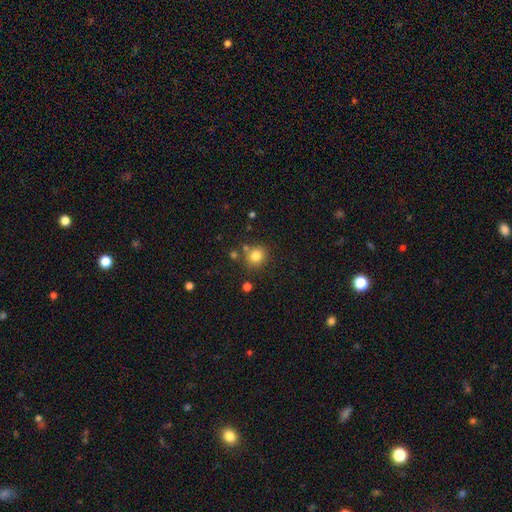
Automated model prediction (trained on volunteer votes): smooth_or_featured: smooth (p=0.81) [alt: star or artifact p=0.12]
how_rounded: round (p=0.86) [alt: in between p=0.13]
merging: none (p=0.77) [alt: minor disturbance p=0.10]